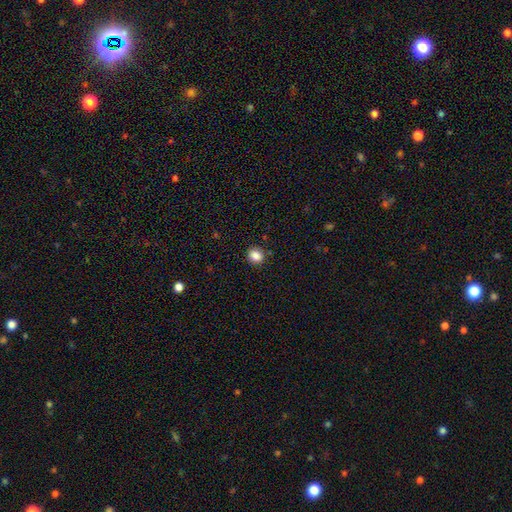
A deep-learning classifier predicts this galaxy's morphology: Overall: smooth (85%). How rounded: round (78%). Merging: none (90%).